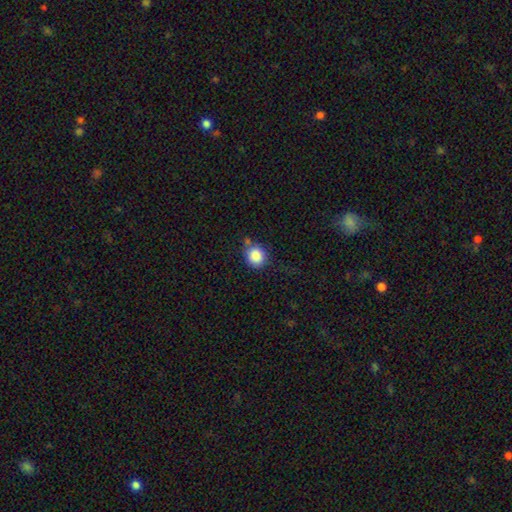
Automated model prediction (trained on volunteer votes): Overall: smooth (87%). How rounded: round (81%). Merging: none (64%).